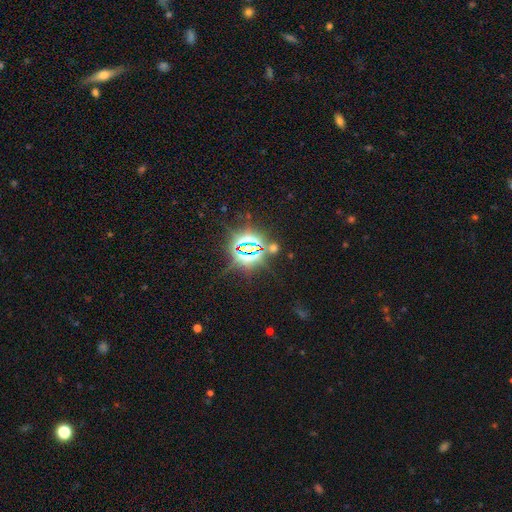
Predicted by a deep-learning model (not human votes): star or artifact 83%, smooth 10%, featured or disk 8%.